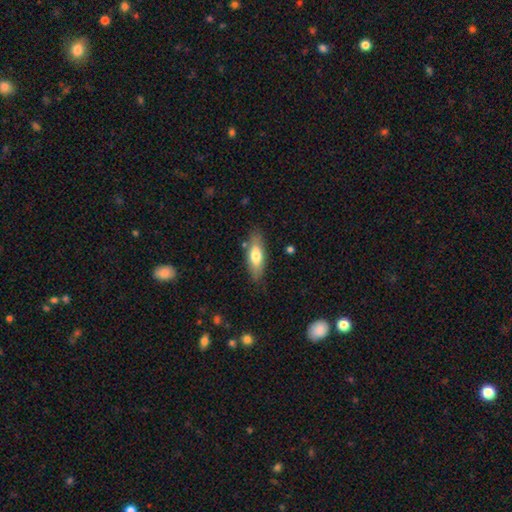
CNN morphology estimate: Smooth or featured? smooth (69%)
How rounded? in between (66%)
Merging? none (80%)